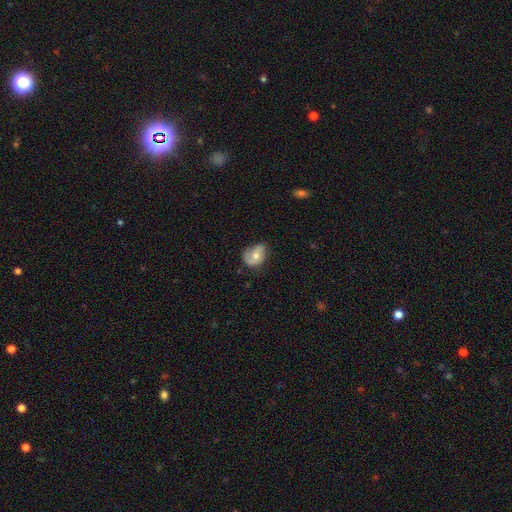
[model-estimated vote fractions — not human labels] This appears to be a smooth galaxy with no disk features (49%). Merging: none (46%).